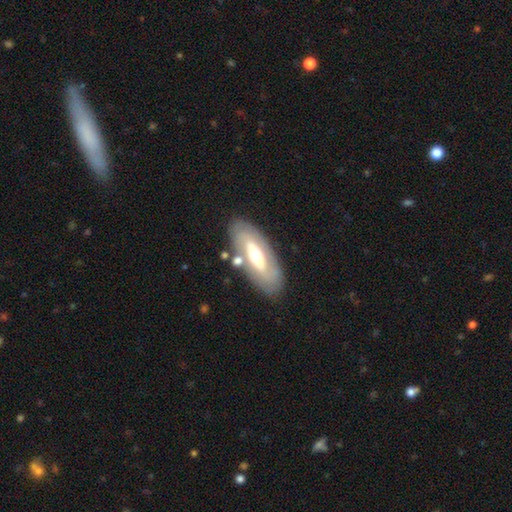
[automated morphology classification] featured or disk 61%, smooth 33%, star or artifact 6%. Down the decision tree: edge-on disk — no (81%); merging — none (79%).